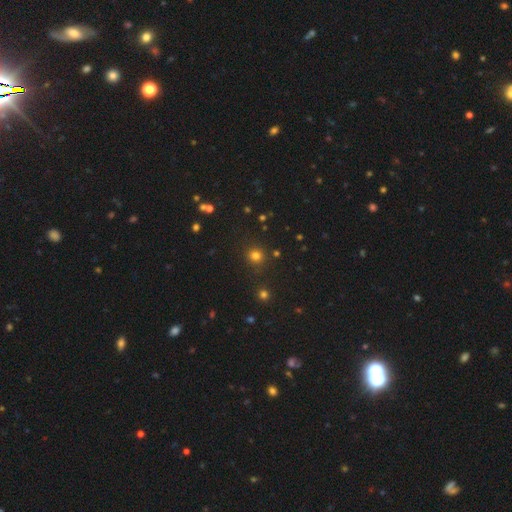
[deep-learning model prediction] Overall: smooth (77%). How rounded: round (92%). Merging: none (88%).